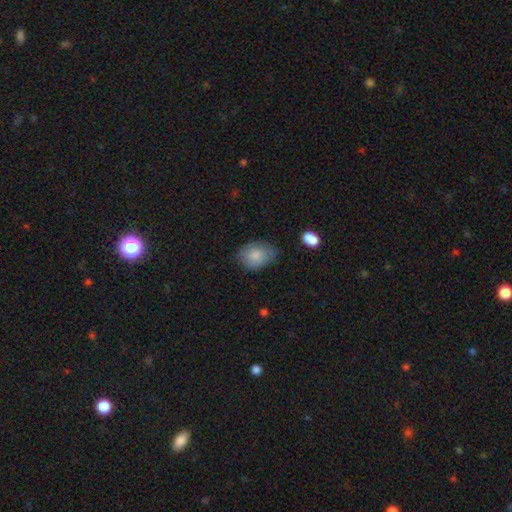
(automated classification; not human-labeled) Overall: smooth (84%). How rounded: in between (68%; round 31%). Merging: none (62%; minor disturbance 29%).